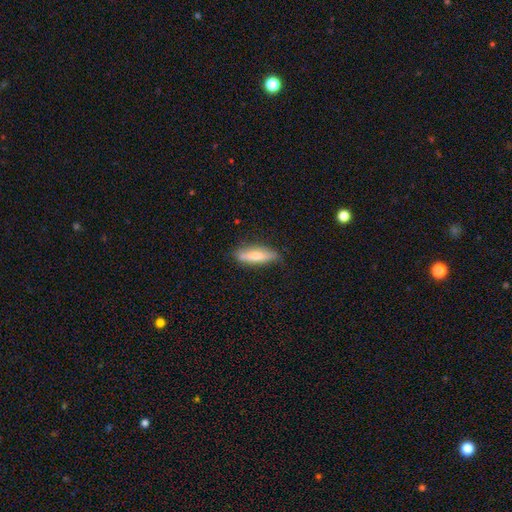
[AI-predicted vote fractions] This is likely a smooth galaxy (62%). How rounded: possibly cigar-shaped (57%). Merging: likely none (80%).